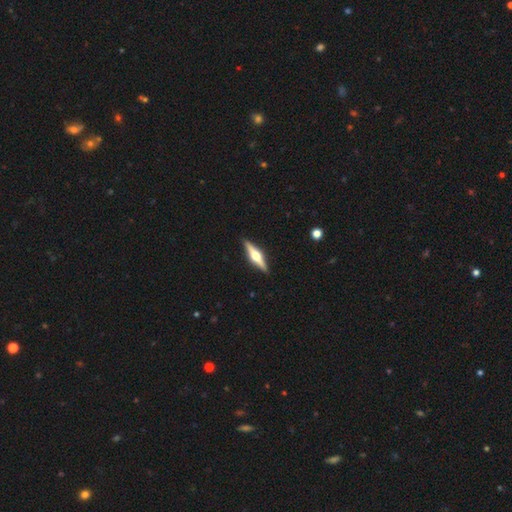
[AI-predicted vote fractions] Morphology: type=featured or disk (75%); edge-on=yes (98%); edge-on bulge=rounded (94%); merging=none (91%).